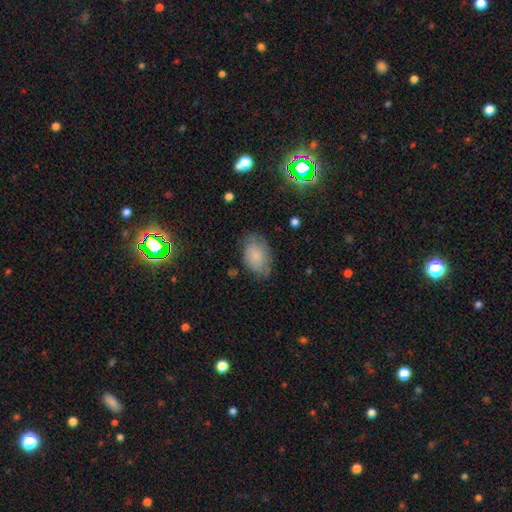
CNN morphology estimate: A smooth galaxy with no disk features (72%) that is in between round and cigar-shaped (87%).

Vote fractions:
- Smooth or featured? smooth: 72% / featured or disk: 18% / star or artifact: 10%
- How rounded? in between: 87% / round: 12% / cigar-shaped: 1%
- Merging? none: 68% / minor disturbance: 24% / major disturbance: 7% / merger: 1%